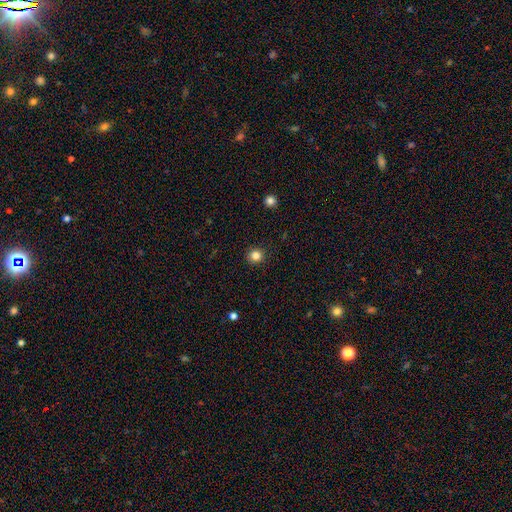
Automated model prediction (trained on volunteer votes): smooth-or-featured: smooth: 83% | star or artifact: 12% | featured or disk: 4%
  how-rounded: round: 91% | in between: 8% | cigar-shaped: 1%
  merging: none: 92% | minor disturbance: 5% | major disturbance: 2% | merger: 1%